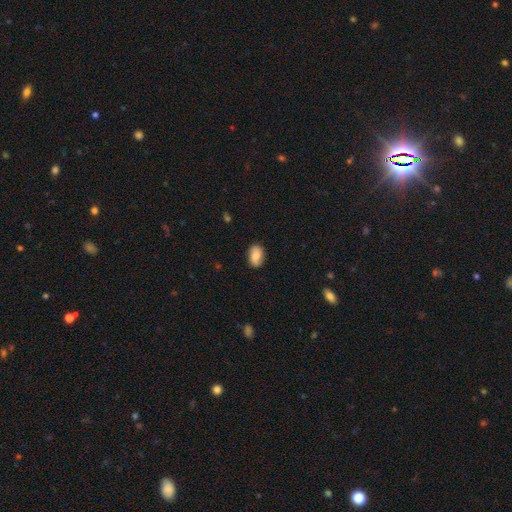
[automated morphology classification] This is likely a smooth galaxy (80%). How rounded: clearly in between (88%). Merging: clearly none (83%).